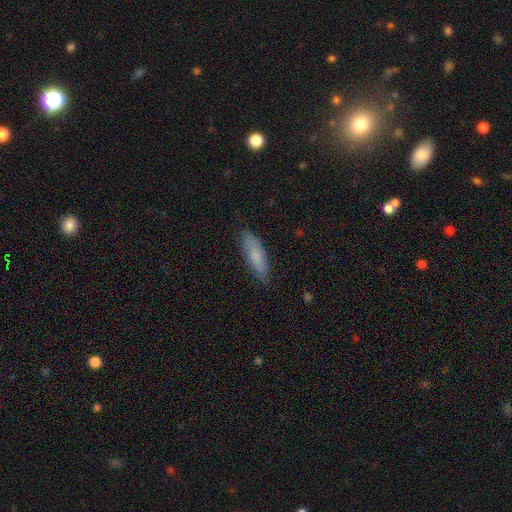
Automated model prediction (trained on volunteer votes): A smooth galaxy with no disk features (77%) that is in between round and cigar-shaped (51%).

Vote fractions:
- Smooth or featured? smooth: 77% / featured or disk: 17% / star or artifact: 6%
- How rounded? in between: 51% / cigar-shaped: 47% / round: 2%
- Merging? none: 80% / minor disturbance: 16% / major disturbance: 3% / merger: 1%